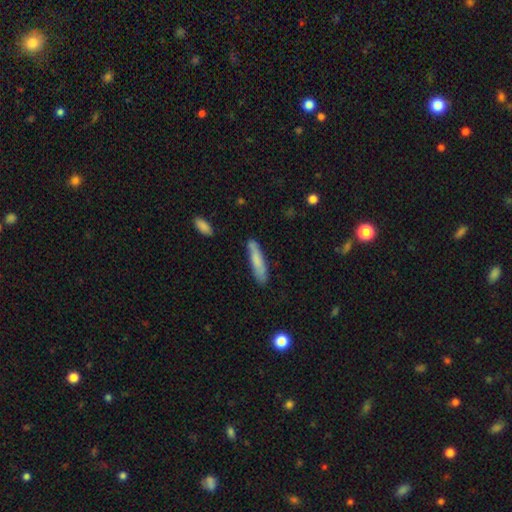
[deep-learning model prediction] smooth 73%, featured or disk 20%, star or artifact 7%. Down the decision tree: how rounded — cigar-shaped (87%); merging — none (81%).